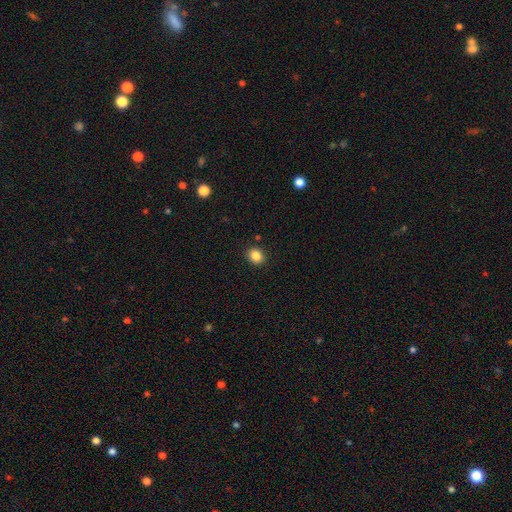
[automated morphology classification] smooth_or_featured: smooth (p=0.85) [alt: star or artifact p=0.10]
how_rounded: round (p=0.59) [alt: in between p=0.41]
merging: none (p=0.89) [alt: minor disturbance p=0.08]